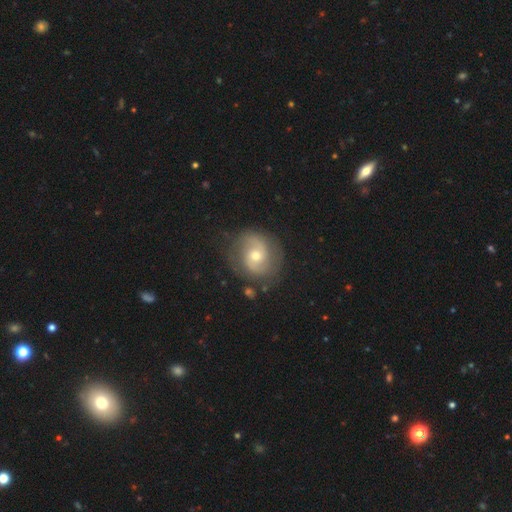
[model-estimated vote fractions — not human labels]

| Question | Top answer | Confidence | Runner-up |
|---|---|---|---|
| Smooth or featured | featured or disk | 77% | smooth (16%) |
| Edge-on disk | no | 98% | yes (2%) |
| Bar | no | 56% | weak (36%) |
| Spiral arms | yes | 92% | no (8%) |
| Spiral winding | medium | 47% | loose (26%) |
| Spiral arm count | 2 | 87% | can't tell (6%) |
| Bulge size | moderate | 57% | small (39%) |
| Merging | none | 79% | minor disturbance (14%) |